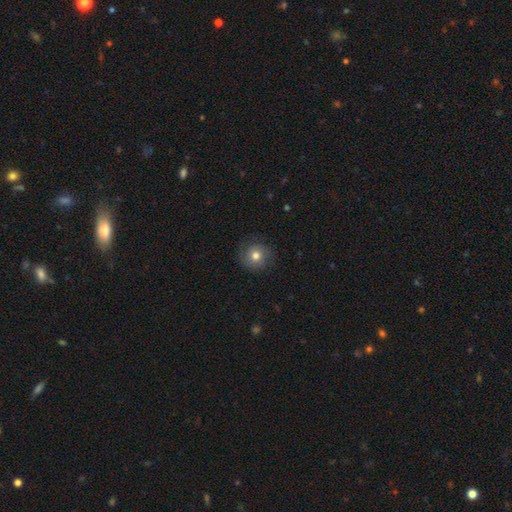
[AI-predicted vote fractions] A smooth galaxy with no disk features (68%) that is round (92%). Merging: none (81%).